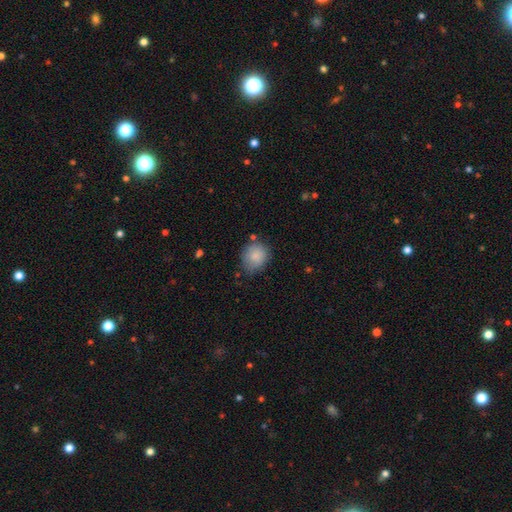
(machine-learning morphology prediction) Q: Smooth or featured?
A: smooth (85%); runner-up: featured or disk (8%)
Q: How rounded?
A: round (72%); runner-up: in between (27%)
Q: Merging?
A: none (67%); runner-up: minor disturbance (24%)